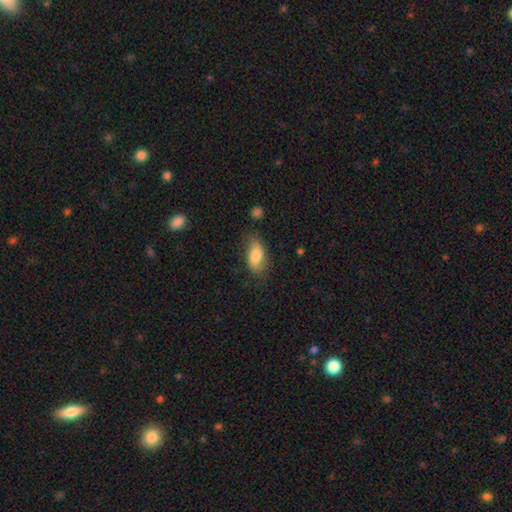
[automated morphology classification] Smooth or featured?
  - smooth: 75% *
  - featured or disk: 18%
  - star or artifact: 7%
How rounded?
  - in between: 89% *
  - cigar-shaped: 7%
  - round: 4%
Merging?
  - none: 66% *
  - minor disturbance: 24%
  - major disturbance: 7%
  - merger: 2%